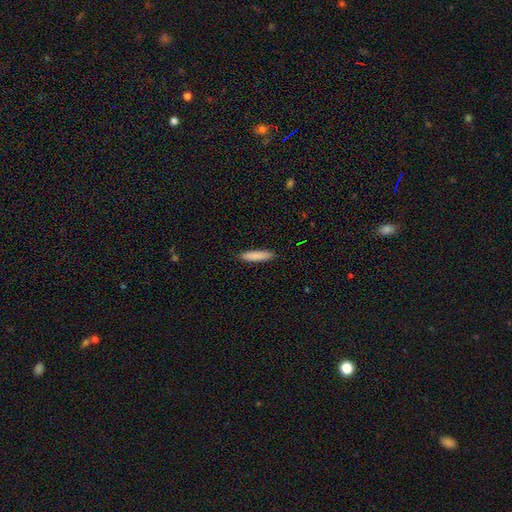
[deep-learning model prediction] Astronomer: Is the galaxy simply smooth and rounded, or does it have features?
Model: smooth — 85%.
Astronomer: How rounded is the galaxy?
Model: cigar-shaped — 83%.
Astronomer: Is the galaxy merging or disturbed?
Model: none — 89%.